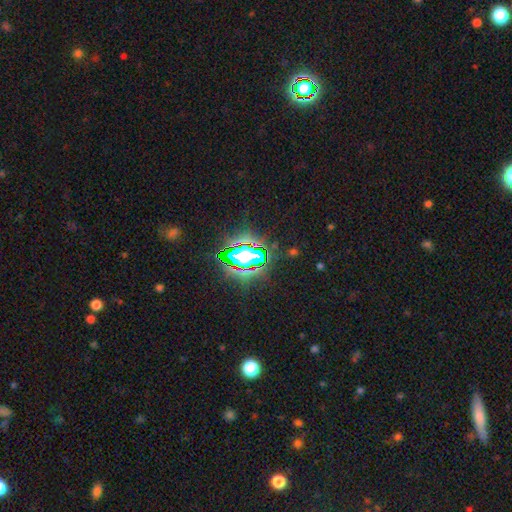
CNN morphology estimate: A star or artifact, not a galaxy (70%).